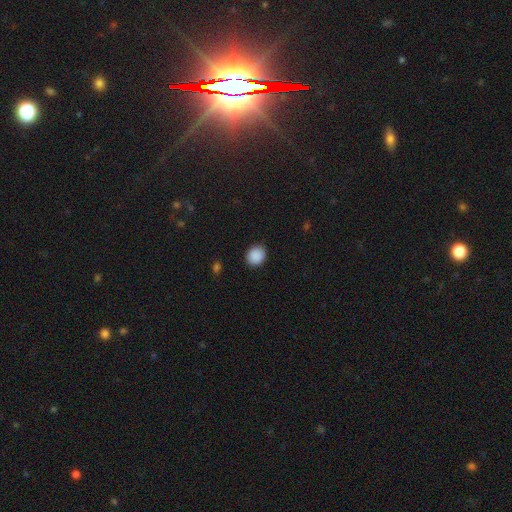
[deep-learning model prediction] Q: Smooth or featured?
A: smooth (89%); runner-up: star or artifact (8%)
Q: How rounded?
A: round (70%); runner-up: in between (30%)
Q: Merging?
A: none (89%); runner-up: minor disturbance (7%)